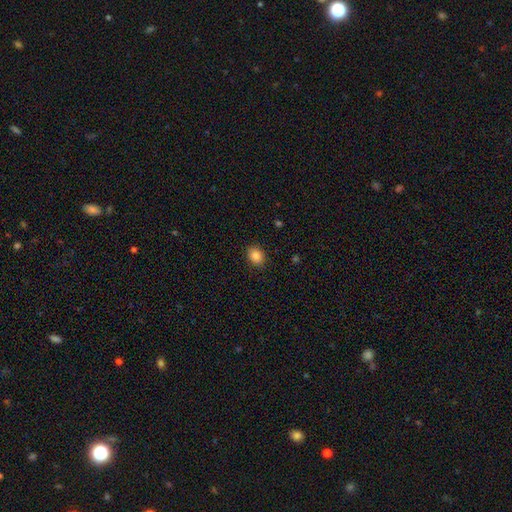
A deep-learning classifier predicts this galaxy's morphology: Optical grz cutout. It shows a smooth galaxy with no disk features (86%) that is in between round and cigar-shaped (54%). Merging: none (88%).